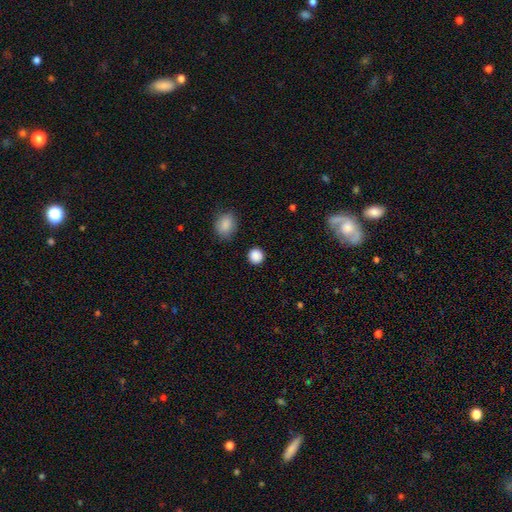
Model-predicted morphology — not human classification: A smooth galaxy with no disk features (87%) that is round (91%). Merging: none (90%).